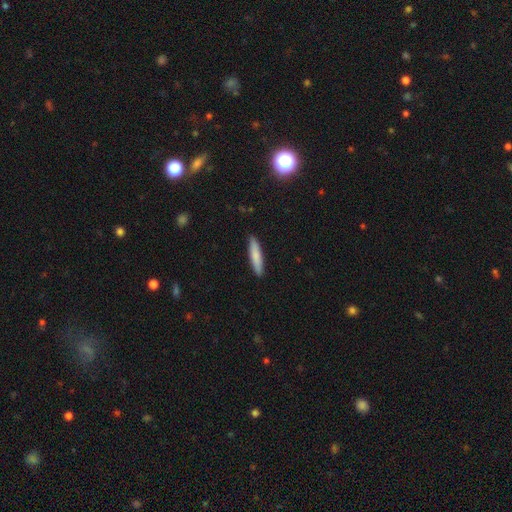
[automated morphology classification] type=smooth (78%); roundness=cigar-shaped (88%); merging=none (90%).